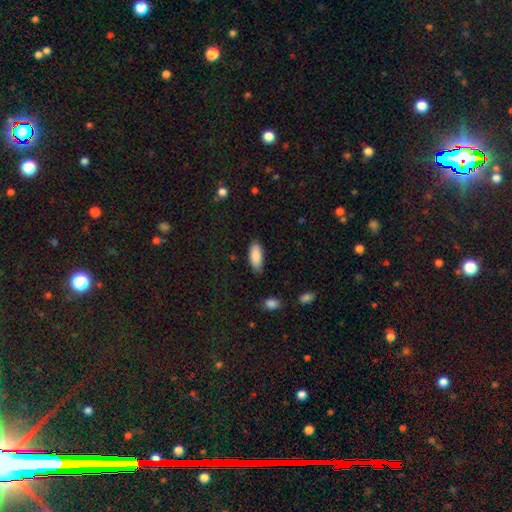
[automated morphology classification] Smooth or featured?
  - smooth: 89% *
  - star or artifact: 6%
  - featured or disk: 5%
How rounded?
  - in between: 83% *
  - cigar-shaped: 15%
  - round: 2%
Merging?
  - none: 81% *
  - minor disturbance: 15%
  - major disturbance: 3%
  - merger: 1%